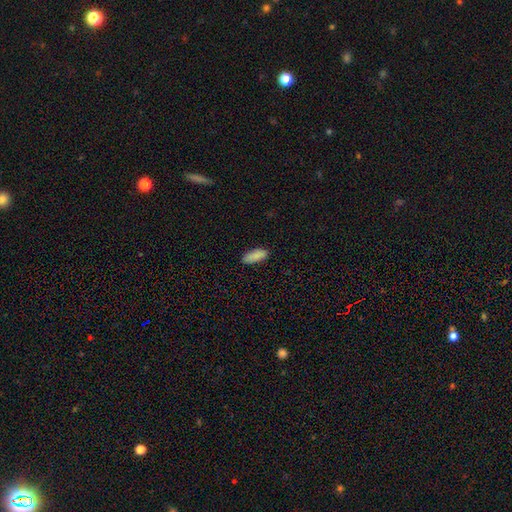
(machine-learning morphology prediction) This appears to be a smooth galaxy with no disk features (89%) that is in between round and cigar-shaped (78%). Merging: none (87%).